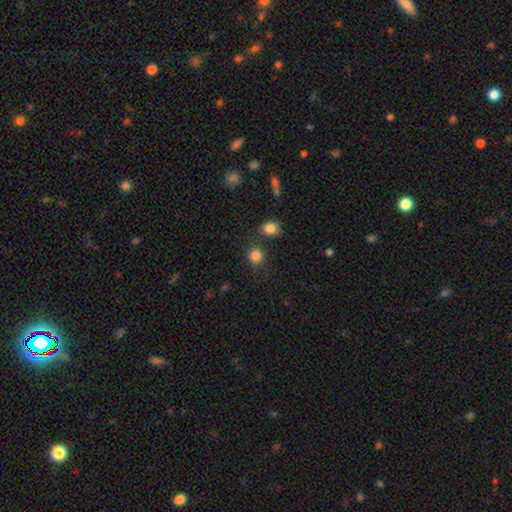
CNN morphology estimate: This appears to be a smooth galaxy with no disk features (84%) that is round (87%). Merging: none (77%).